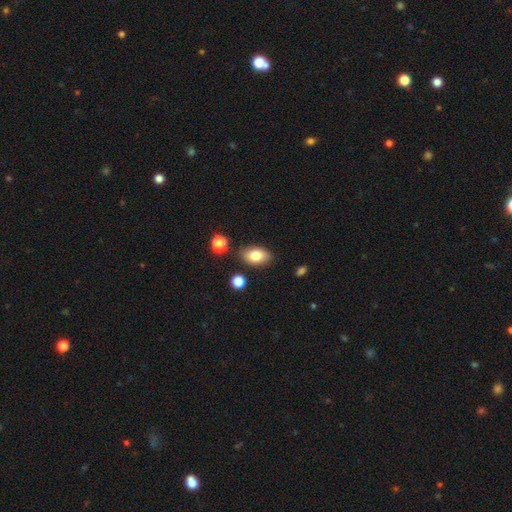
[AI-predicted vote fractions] Q: Smooth or featured?
A: smooth (81%); runner-up: featured or disk (11%)
Q: How rounded?
A: in between (89%); runner-up: round (9%)
Q: Merging?
A: none (82%); runner-up: minor disturbance (12%)